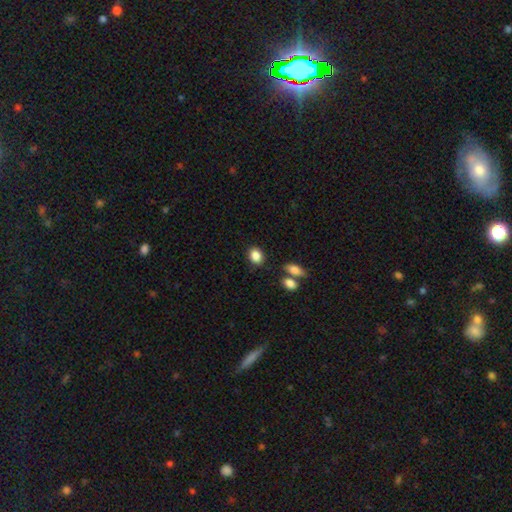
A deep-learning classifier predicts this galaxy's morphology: smooth-or-featured: smooth: 86% | star or artifact: 8% | featured or disk: 5%
  how-rounded: in between: 62% | round: 36% | cigar-shaped: 2%
  merging: none: 81% | minor disturbance: 11% | merger: 5% | major disturbance: 3%